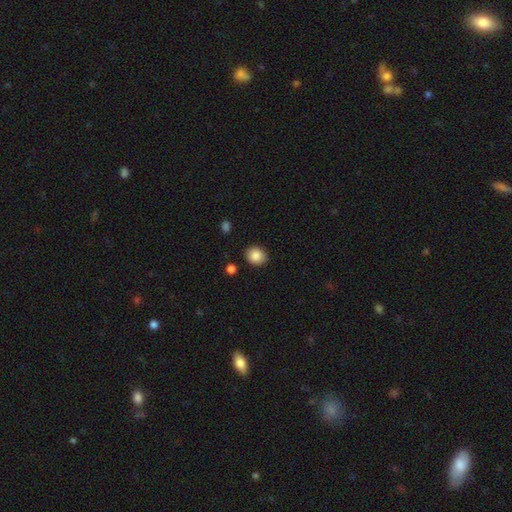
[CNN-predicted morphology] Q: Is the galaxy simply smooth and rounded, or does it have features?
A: smooth — 87%.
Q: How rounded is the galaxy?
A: round — 61%.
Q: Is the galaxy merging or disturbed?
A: none — 86%.